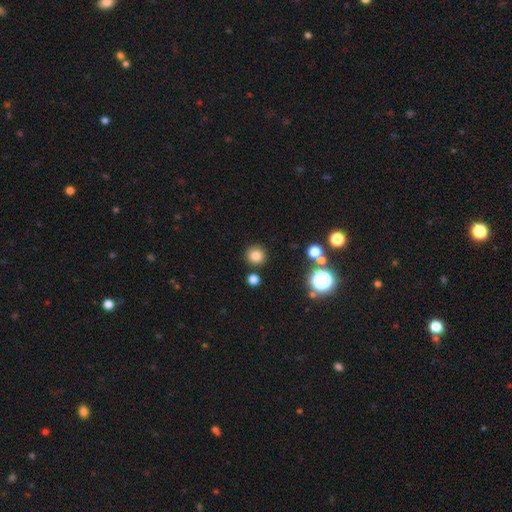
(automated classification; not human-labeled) This is clearly a smooth galaxy (80%). How rounded: clearly round (93%). Merging: clearly none (86%).